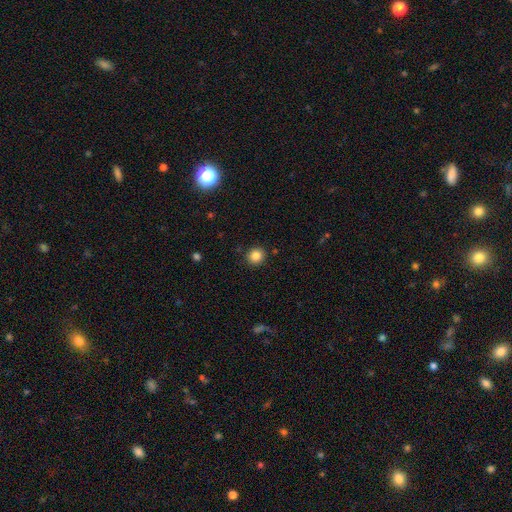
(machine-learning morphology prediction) A smooth galaxy with no disk features (84%) that is round (92%).

Vote fractions:
- Smooth or featured? smooth: 84% / star or artifact: 11% / featured or disk: 5%
- How rounded? round: 92% / in between: 7% / cigar-shaped: 1%
- Merging? none: 90% / minor disturbance: 6% / major disturbance: 2% / merger: 2%